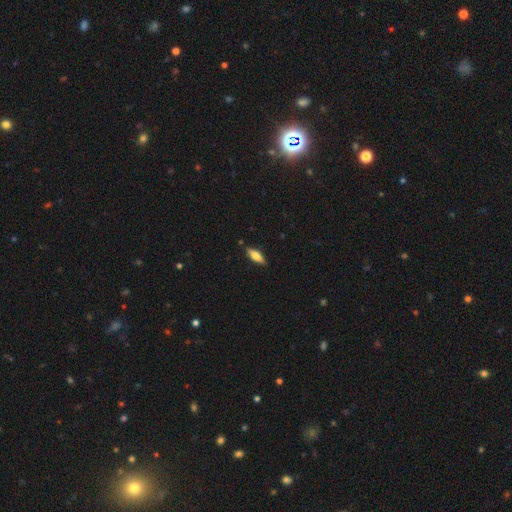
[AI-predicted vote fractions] Smooth or featured?
  - smooth: 63% *
  - featured or disk: 31%
  - star or artifact: 6%
How rounded?
  - in between: 58% *
  - cigar-shaped: 40%
  - round: 2%
Merging?
  - none: 85% *
  - minor disturbance: 11%
  - major disturbance: 2%
  - merger: 2%